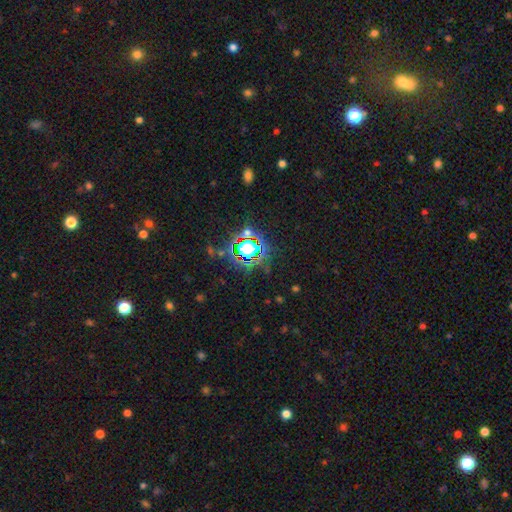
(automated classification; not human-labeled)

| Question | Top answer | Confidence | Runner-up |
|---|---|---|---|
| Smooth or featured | star or artifact | 70% | smooth (19%) |